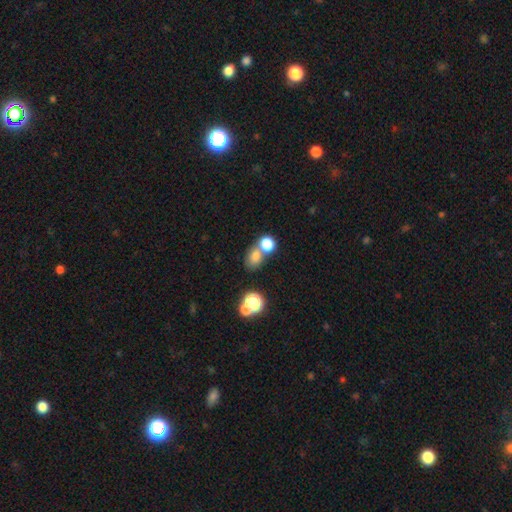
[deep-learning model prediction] Smooth or featured?
  - smooth: 74% *
  - star or artifact: 16%
  - featured or disk: 10%
How rounded?
  - round: 51% *
  - in between: 47%
  - cigar-shaped: 1%
Merging?
  - none: 45% *
  - merger: 41%
  - minor disturbance: 9%
  - major disturbance: 5%